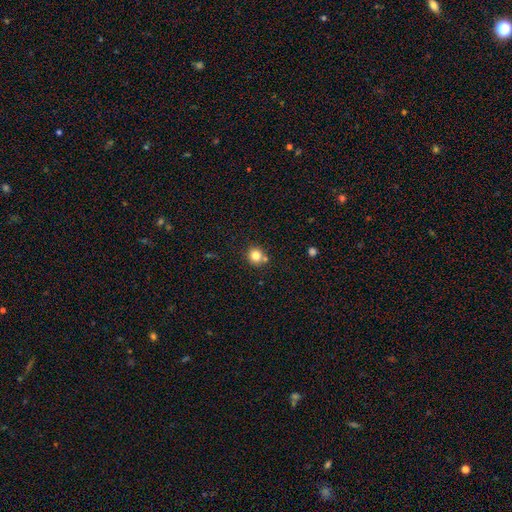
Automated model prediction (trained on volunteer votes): A smooth galaxy with no disk features (81%) that is round (89%). Merging: none (72%).